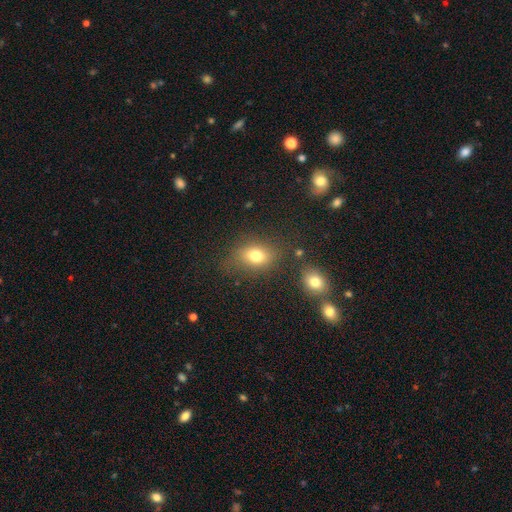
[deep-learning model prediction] smooth_or_featured: smooth (p=0.76) [alt: star or artifact p=0.13]
how_rounded: in between (p=0.66) [alt: round p=0.33]
merging: none (p=0.72) [alt: minor disturbance p=0.16]